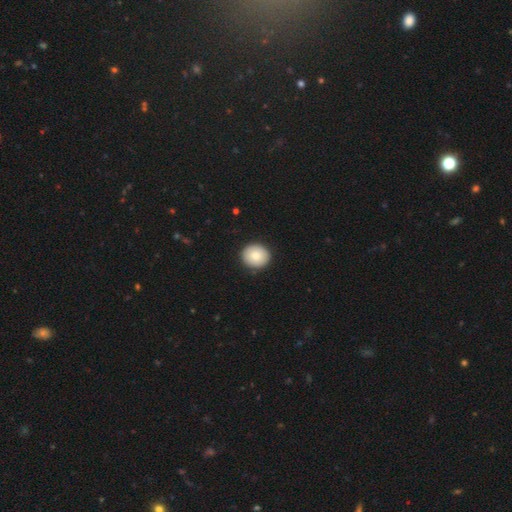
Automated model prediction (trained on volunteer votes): Q: Smooth or featured?
A: smooth (85%); runner-up: featured or disk (9%)
Q: How rounded?
A: round (78%); runner-up: in between (21%)
Q: Merging?
A: none (91%); runner-up: minor disturbance (7%)